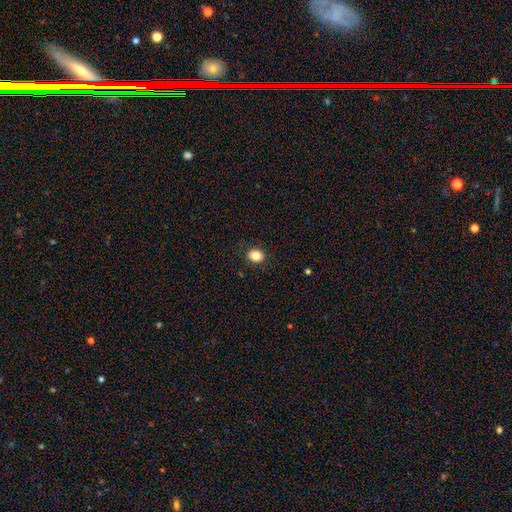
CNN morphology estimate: smooth_or_featured: smooth (p=0.84) [alt: star or artifact p=0.10]
how_rounded: round (p=0.59) [alt: in between p=0.40]
merging: none (p=0.90) [alt: minor disturbance p=0.07]